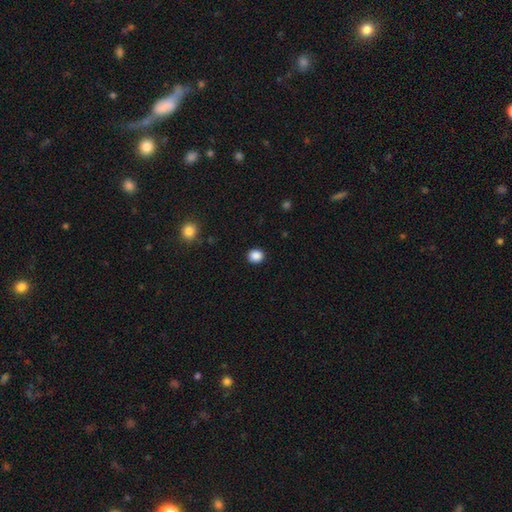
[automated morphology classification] This appears to be a smooth galaxy with no disk features (88%) that is round (78%). Merging: none (91%).